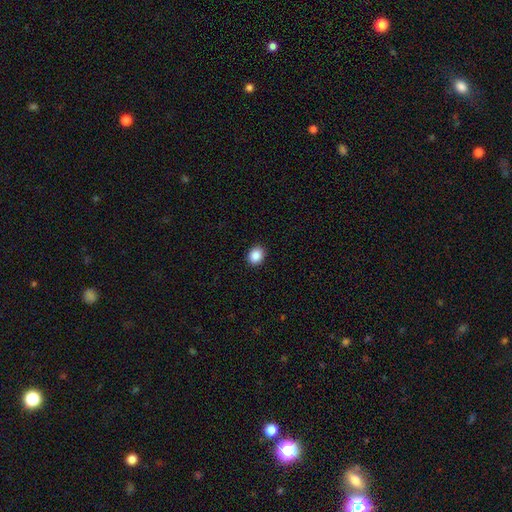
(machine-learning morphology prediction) type=smooth (88%); roundness=round (63%); merging=none (91%).